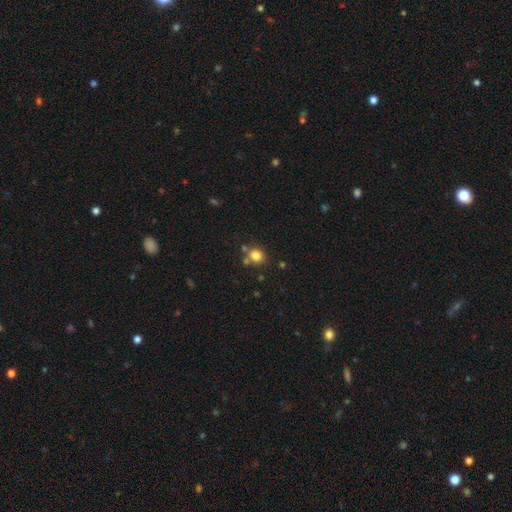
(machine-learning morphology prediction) Overall: smooth (81%). How rounded: round (85%). Merging: none (70%).